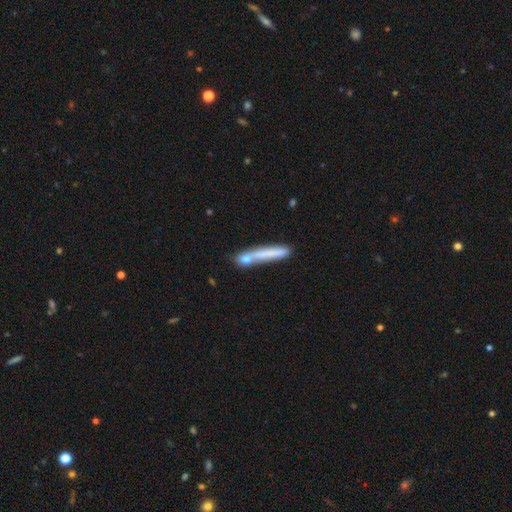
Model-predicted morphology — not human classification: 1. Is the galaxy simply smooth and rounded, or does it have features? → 65% smooth, 27% featured or disk, 8% star or artifact.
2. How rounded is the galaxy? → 94% cigar-shaped, 4% in between, 2% round.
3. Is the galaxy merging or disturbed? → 66% none, 15% merger, 14% minor disturbance, 4% major disturbance.